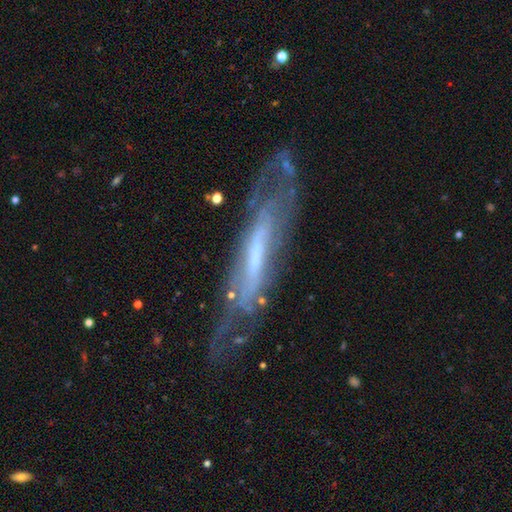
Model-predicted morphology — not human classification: Smooth or featured? featured or disk (77%)
Edge-on disk? yes (51%)
Merging? none (65%)